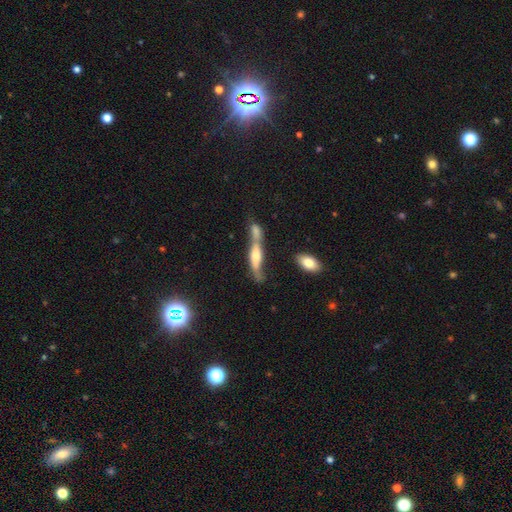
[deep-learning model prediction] Smooth or featured?
  - featured or disk: 55% *
  - smooth: 36%
  - star or artifact: 10%
Edge-on disk?
  - yes: 68% *
  - no: 32%
Merging?
  - merger: 41% *
  - none: 33%
  - minor disturbance: 15%
  - major disturbance: 10%